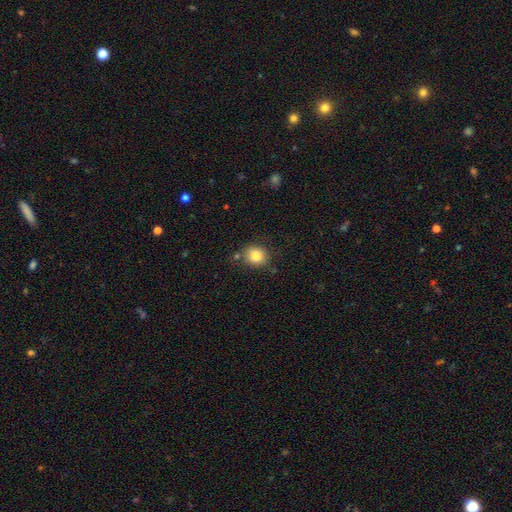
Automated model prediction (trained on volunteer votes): Q: Smooth or featured?
A: smooth (83%); runner-up: star or artifact (10%)
Q: How rounded?
A: round (76%); runner-up: in between (23%)
Q: Merging?
A: none (78%); runner-up: minor disturbance (13%)